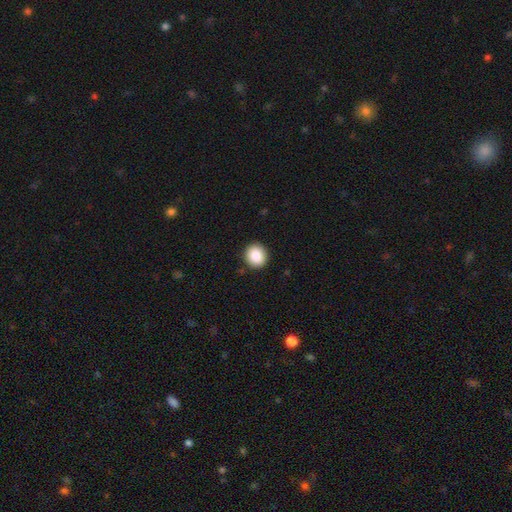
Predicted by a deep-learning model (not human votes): The model was most divided on "how rounded": round: 87%, in between: 12%, cigar-shaped: 1%. More confident: merging — none (91%); smooth or featured — smooth (87%).